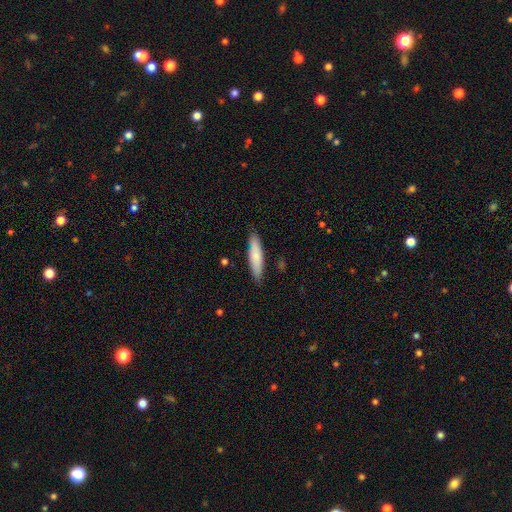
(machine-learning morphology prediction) Smooth or featured: smooth — 75% (featured or disk — 19%)
How rounded: cigar-shaped — 77% (in between — 22%)
Merging: none — 86% (minor disturbance — 11%)